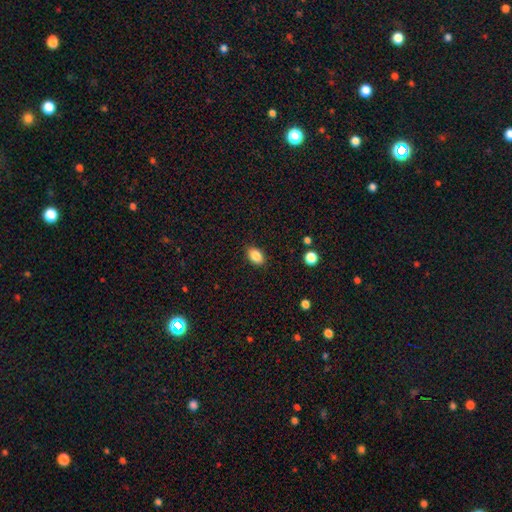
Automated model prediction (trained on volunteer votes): Smooth or featured? Predicted: smooth (p=0.87). How rounded? Predicted: in between (p=0.84). Merging? Predicted: none (p=0.88).